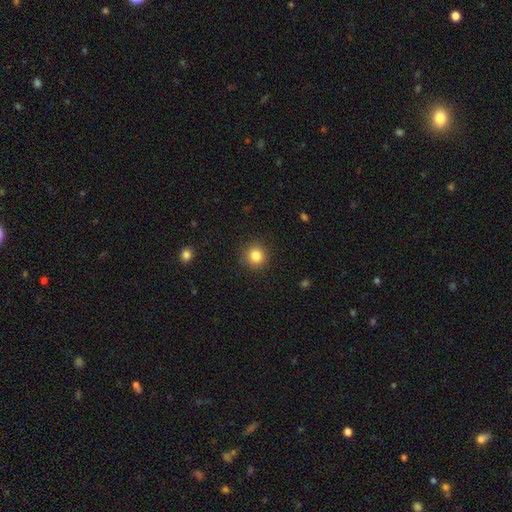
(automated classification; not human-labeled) Morphology: type=smooth (84%); roundness=round (93%); merging=none (90%).